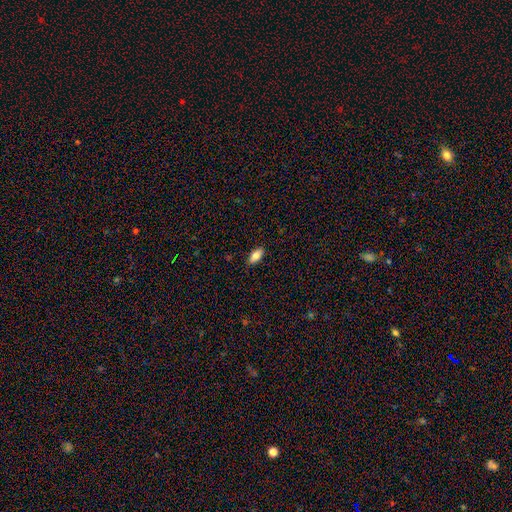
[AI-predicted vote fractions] A smooth galaxy with no disk features (83%) that is in between round and cigar-shaped (88%). Merging: none (88%).